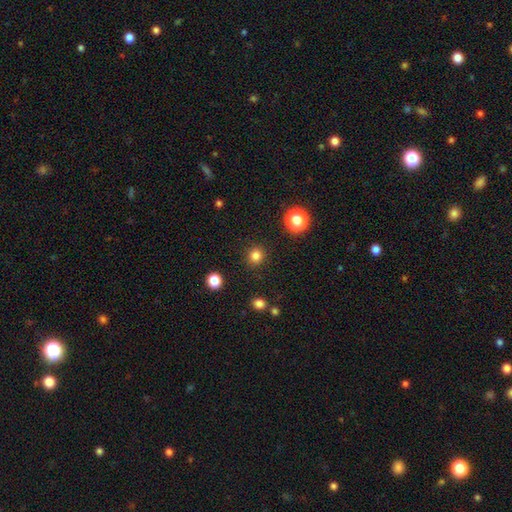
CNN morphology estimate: A smooth galaxy with no disk features (81%) that is round (91%). Merging: none (90%).